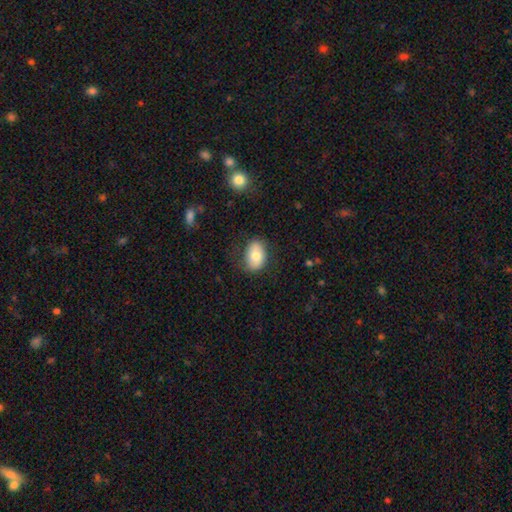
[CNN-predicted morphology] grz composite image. It shows a smooth galaxy with no disk features (75%) that is in between round and cigar-shaped (83%). Merging: none (78%).